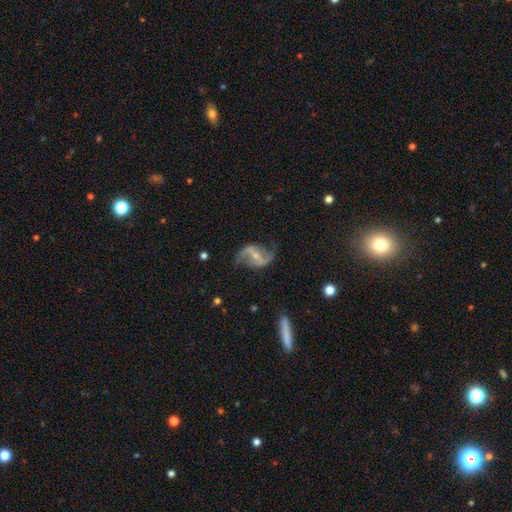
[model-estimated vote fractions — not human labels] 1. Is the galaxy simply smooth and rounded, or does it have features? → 87% featured or disk, 8% smooth, 6% star or artifact.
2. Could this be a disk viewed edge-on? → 96% no, 4% yes.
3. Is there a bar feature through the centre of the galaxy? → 49% strong, 36% weak, 16% no.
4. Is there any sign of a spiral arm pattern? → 93% yes, 7% no.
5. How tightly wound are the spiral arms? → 67% loose, 26% medium, 7% tight.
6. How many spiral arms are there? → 92% 2, 3% can't tell, 2% 1, 1% 3, 1% 4, 1% more than 4.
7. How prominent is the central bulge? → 61% small, 33% moderate, 4% none, 2% large, 1% dominant.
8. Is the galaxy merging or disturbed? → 72% none, 17% minor disturbance, 10% major disturbance, 2% merger.